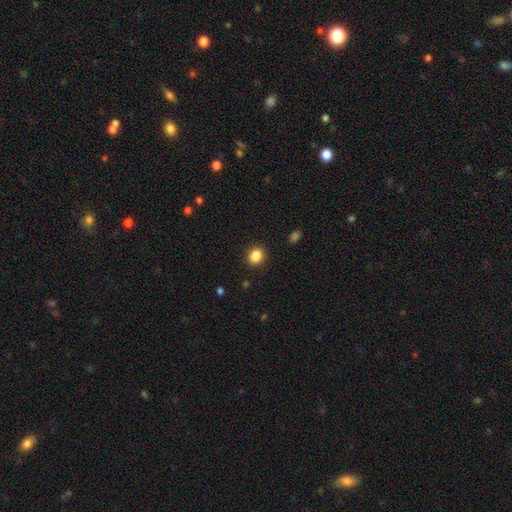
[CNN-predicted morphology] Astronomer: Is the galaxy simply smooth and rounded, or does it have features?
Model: smooth — 87%.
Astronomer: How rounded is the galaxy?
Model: round — 64%.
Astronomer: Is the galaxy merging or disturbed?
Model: none — 90%.